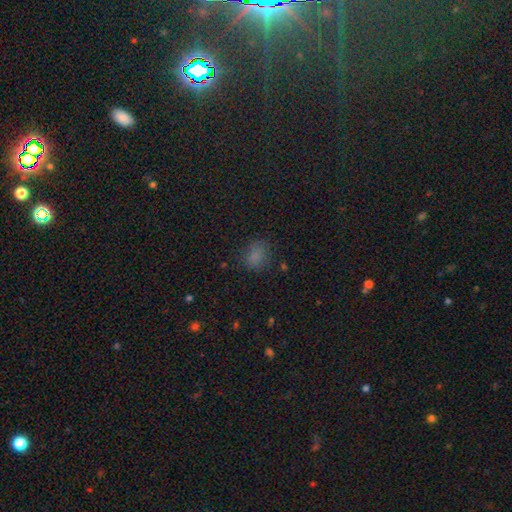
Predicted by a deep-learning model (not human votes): smooth_or_featured: smooth (p=0.75) [alt: star or artifact p=0.19]
how_rounded: in between (p=0.57) [alt: round p=0.42]
merging: none (p=0.71) [alt: minor disturbance p=0.20]